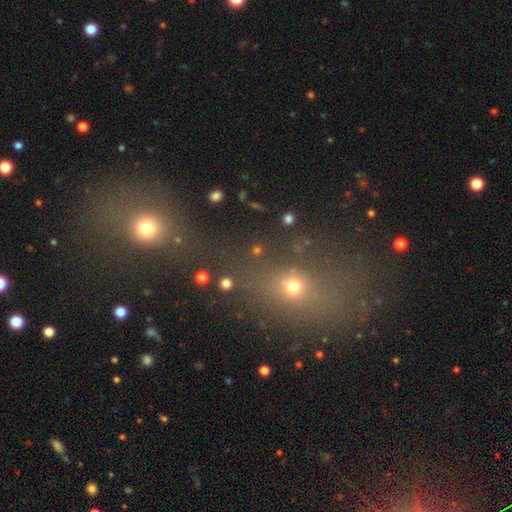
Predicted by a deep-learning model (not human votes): smooth_or_featured: smooth (p=0.49) [alt: star or artifact p=0.36]
merging: merger (p=0.40) [alt: none p=0.39]